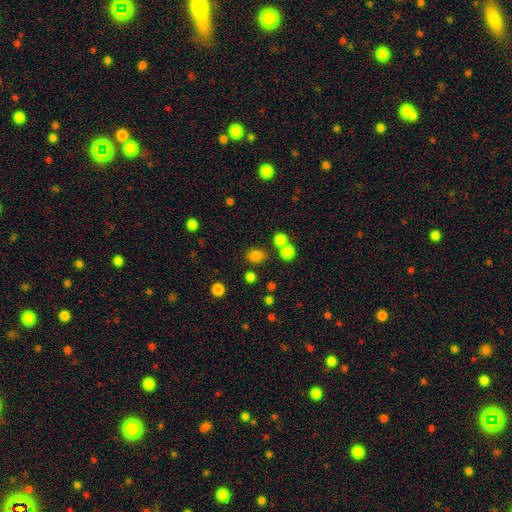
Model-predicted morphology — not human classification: This appears to be a smooth galaxy with no disk features (80%) that is in between round and cigar-shaped (51%). Merging: none (73%).